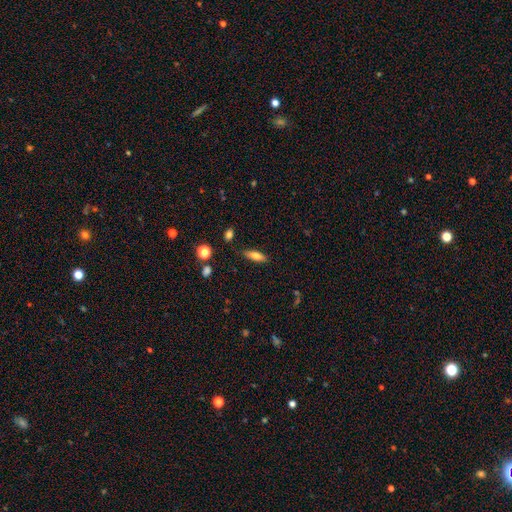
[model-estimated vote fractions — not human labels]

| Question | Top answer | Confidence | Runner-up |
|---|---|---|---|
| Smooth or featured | smooth | 73% | featured or disk (19%) |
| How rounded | in between | 56% | cigar-shaped (41%) |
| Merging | none | 83% | minor disturbance (12%) |